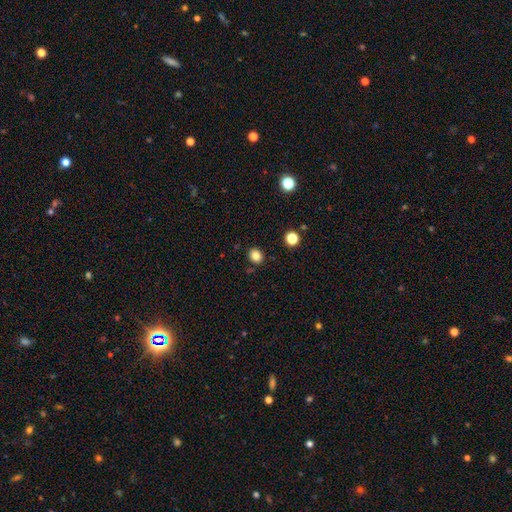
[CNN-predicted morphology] Smooth or featured?
  - smooth: 84% *
  - star or artifact: 12%
  - featured or disk: 5%
How rounded?
  - round: 65% *
  - in between: 35%
  - cigar-shaped: 1%
Merging?
  - none: 87% *
  - minor disturbance: 8%
  - merger: 2%
  - major disturbance: 2%